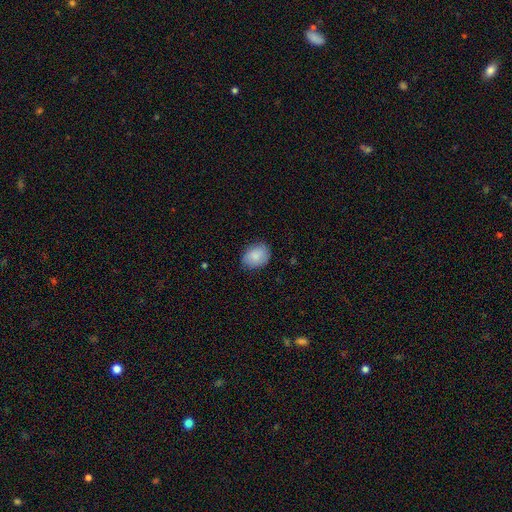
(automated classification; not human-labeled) Smooth or featured: smooth — 85% (featured or disk — 8%)
How rounded: in between — 64% (round — 35%)
Merging: none — 78% (minor disturbance — 18%)